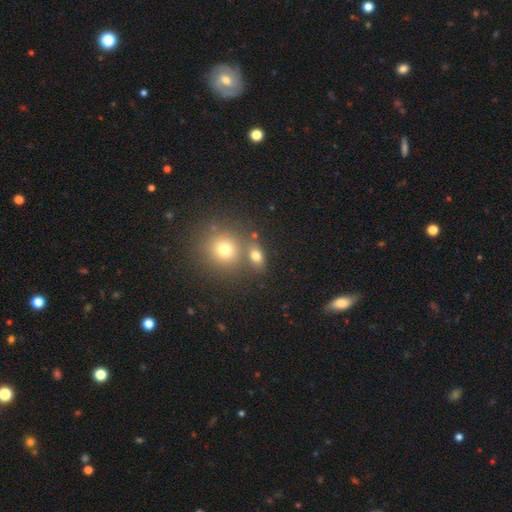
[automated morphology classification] Smooth or featured?
  - smooth: 74% *
  - star or artifact: 15%
  - featured or disk: 12%
How rounded?
  - in between: 58% *
  - round: 39%
  - cigar-shaped: 3%
Merging?
  - none: 60% *
  - merger: 26%
  - minor disturbance: 10%
  - major disturbance: 4%